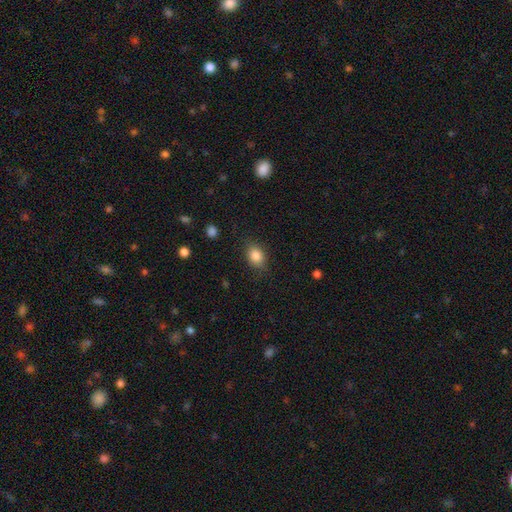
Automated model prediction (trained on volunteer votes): A smooth galaxy with no disk features (84%) that is in between round and cigar-shaped (65%).

Vote fractions:
- Smooth or featured? smooth: 84% / star or artifact: 9% / featured or disk: 7%
- How rounded? in between: 65% / round: 34% / cigar-shaped: 1%
- Merging? none: 81% / minor disturbance: 14% / major disturbance: 4% / merger: 1%